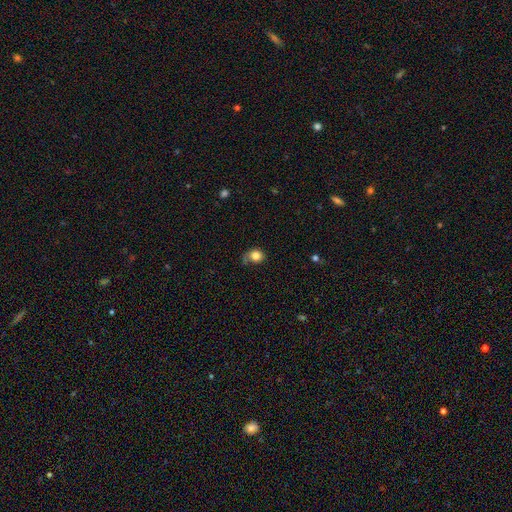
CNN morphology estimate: smooth_or_featured: smooth (p=0.79) [alt: featured or disk p=0.12]
how_rounded: round (p=0.67) [alt: in between p=0.33]
merging: none (p=0.46) [alt: minor disturbance p=0.30]